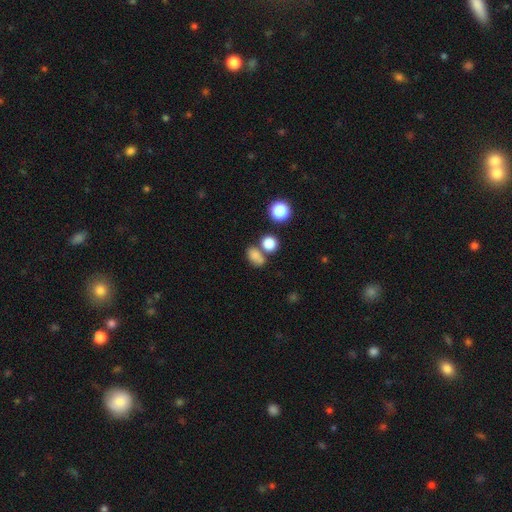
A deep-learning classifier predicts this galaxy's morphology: smooth 80%, star or artifact 13%, featured or disk 7%. Down the decision tree: how rounded — in between (65%); merging — none (52%).